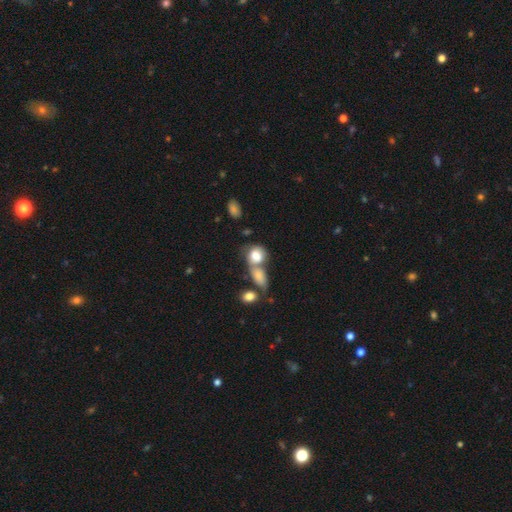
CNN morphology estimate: The model was most divided on "how rounded": in between: 55%, round: 43%, cigar-shaped: 3%. More confident: smooth or featured — smooth (77%); merging — merger (56%).